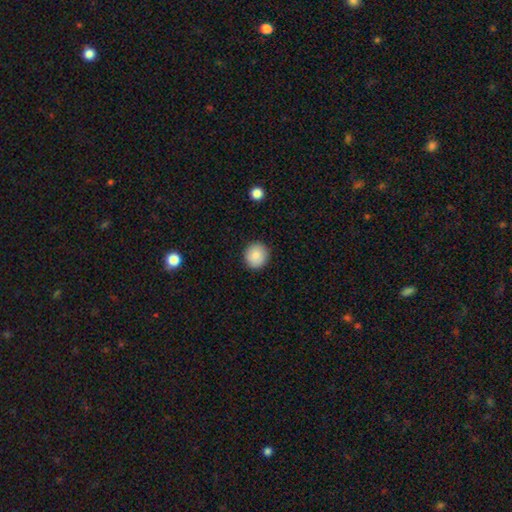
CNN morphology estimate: The model was most divided on "smooth or featured": smooth: 85%, star or artifact: 8%, featured or disk: 7%. More confident: merging — none (91%); how rounded — round (90%).